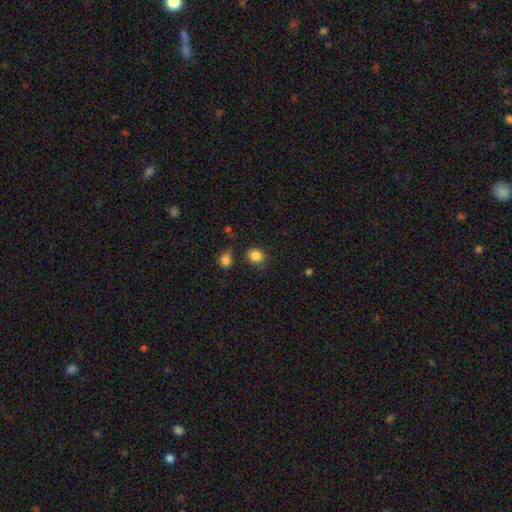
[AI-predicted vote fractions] Smooth or featured? Predicted: smooth (p=0.85). How rounded? Predicted: round (p=0.74). Merging? Predicted: none (p=0.72).